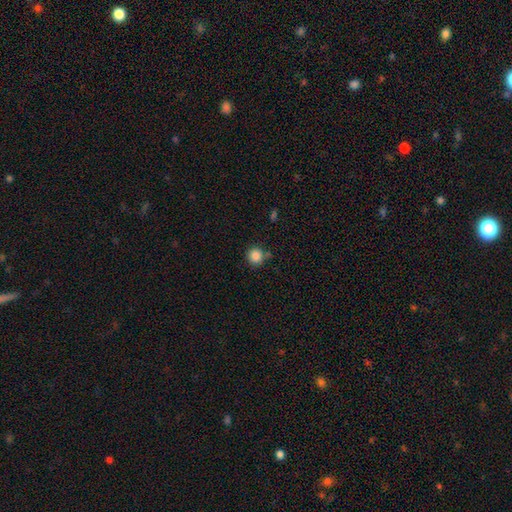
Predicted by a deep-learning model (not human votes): smooth 86%, star or artifact 10%, featured or disk 4%. Down the decision tree: how rounded — round (93%); merging — none (78%).